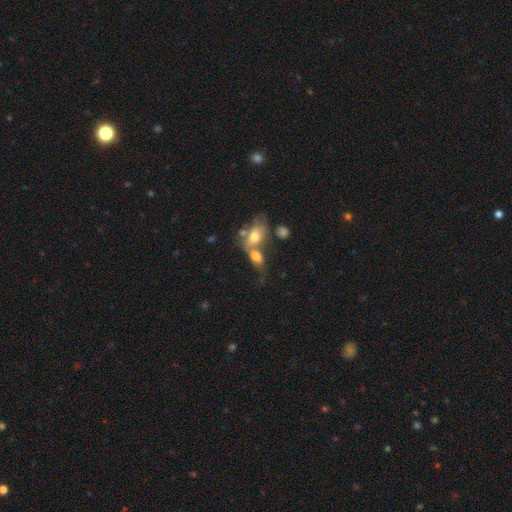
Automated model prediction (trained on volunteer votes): smooth-or-featured: smooth: 57% | featured or disk: 31% | star or artifact: 13%
  how-rounded: in between: 77% | round: 16% | cigar-shaped: 7%
  merging: merger: 64% | none: 19% | minor disturbance: 9% | major disturbance: 8%